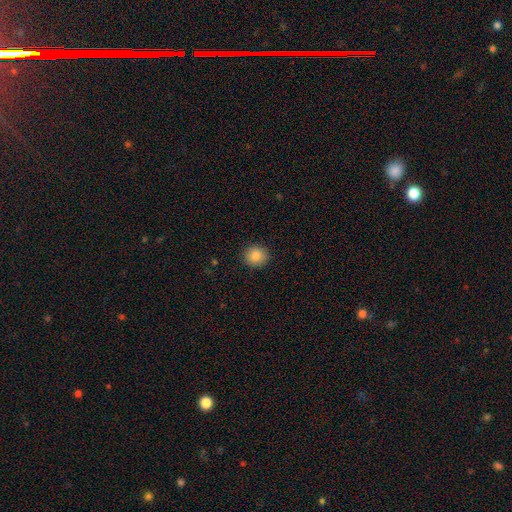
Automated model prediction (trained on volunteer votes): Smooth or featured? Predicted: smooth (p=0.86). How rounded? Predicted: round (p=0.84). Merging? Predicted: none (p=0.90).